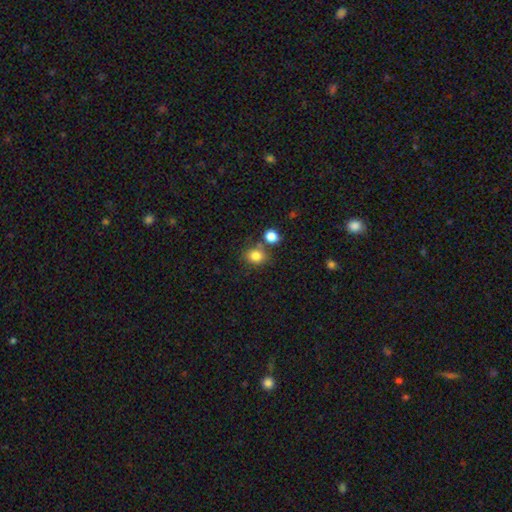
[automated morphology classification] Smooth or featured? smooth (81%)
How rounded? round (67%)
Merging? none (66%)